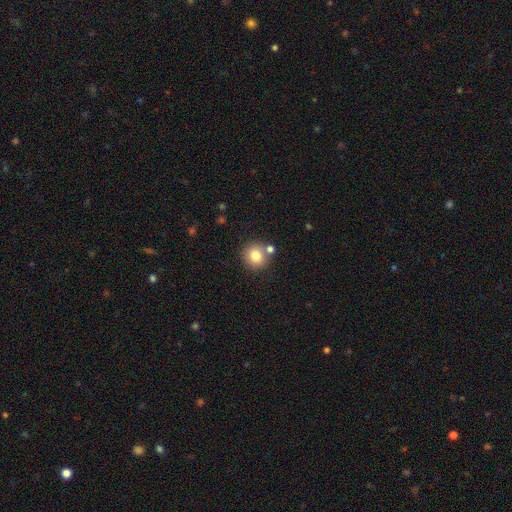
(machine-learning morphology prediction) A smooth galaxy with no disk features (80%) that is round (90%).

Vote fractions:
- Smooth or featured? smooth: 80% / star or artifact: 11% / featured or disk: 9%
- How rounded? round: 90% / in between: 9% / cigar-shaped: 1%
- Merging? none: 74% / merger: 14% / minor disturbance: 9% / major disturbance: 3%